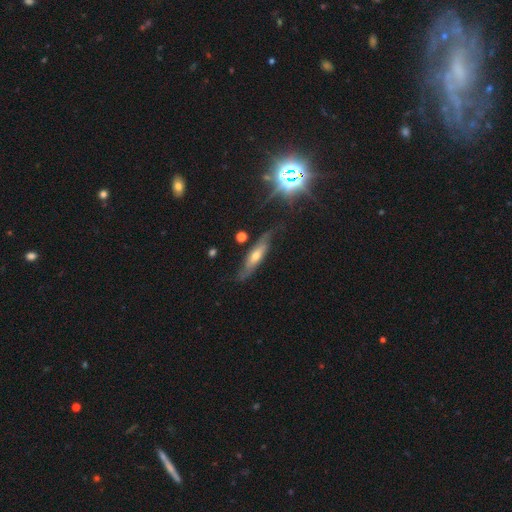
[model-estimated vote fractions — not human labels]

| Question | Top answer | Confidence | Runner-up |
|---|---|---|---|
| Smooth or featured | featured or disk | 57% | smooth (28%) |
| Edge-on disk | yes | 58% | no (42%) |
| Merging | none | 71% | minor disturbance (20%) |